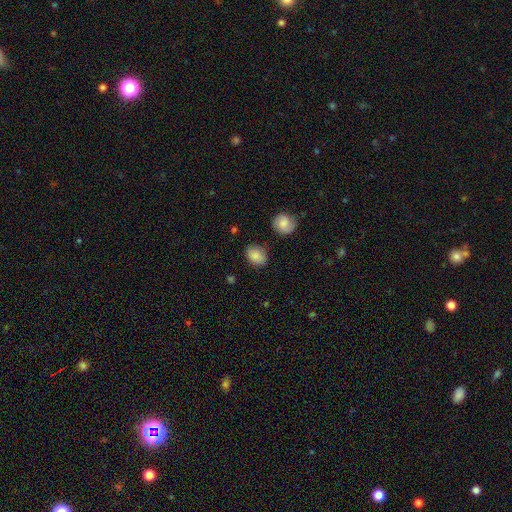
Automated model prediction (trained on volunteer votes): This appears to be a smooth galaxy with no disk features (85%) that is in between round and cigar-shaped (67%). Merging: none (77%).